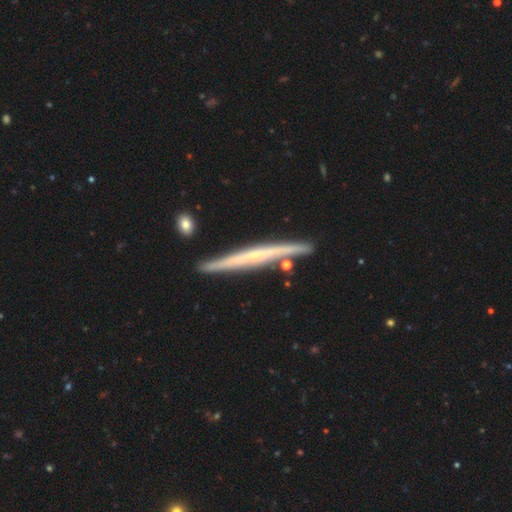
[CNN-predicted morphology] Q: Smooth or featured?
A: featured or disk (71%); runner-up: smooth (23%)
Q: Edge-on disk?
A: yes (96%); runner-up: no (4%)
Q: Edge-on bulge?
A: none (62%); runner-up: rounded (31%)
Q: Merging?
A: none (86%); runner-up: minor disturbance (9%)